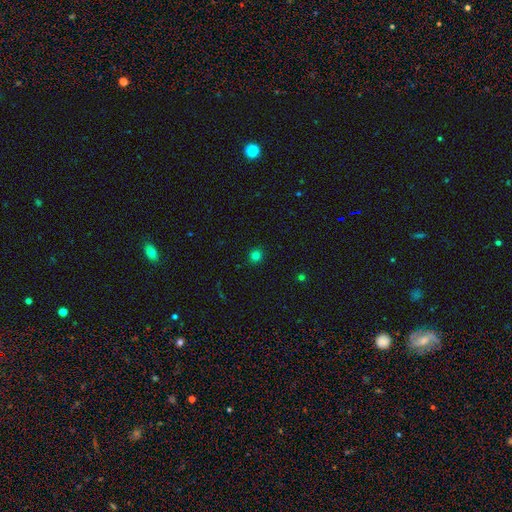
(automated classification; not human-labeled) Smooth or featured?
  - smooth: 79% *
  - star or artifact: 17%
  - featured or disk: 5%
How rounded?
  - round: 89% *
  - in between: 10%
  - cigar-shaped: 1%
Merging?
  - none: 91% *
  - minor disturbance: 6%
  - major disturbance: 2%
  - merger: 1%